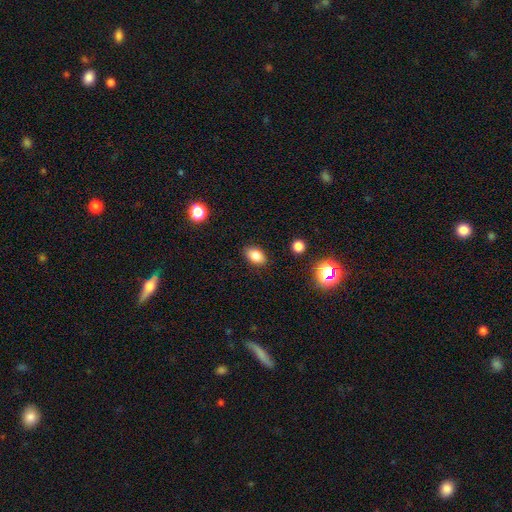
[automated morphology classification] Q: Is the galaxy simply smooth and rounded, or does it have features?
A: smooth — 82%.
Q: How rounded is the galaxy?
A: in between — 85%.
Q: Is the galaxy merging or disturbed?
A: none — 87%.